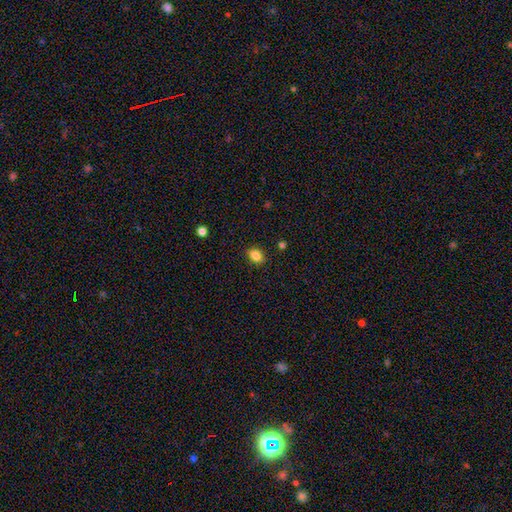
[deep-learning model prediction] A smooth galaxy with no disk features (84%) that is in between round and cigar-shaped (61%).

Vote fractions:
- Smooth or featured? smooth: 84% / star or artifact: 11% / featured or disk: 5%
- How rounded? in between: 61% / round: 38% / cigar-shaped: 1%
- Merging? none: 87% / minor disturbance: 9% / major disturbance: 2% / merger: 1%